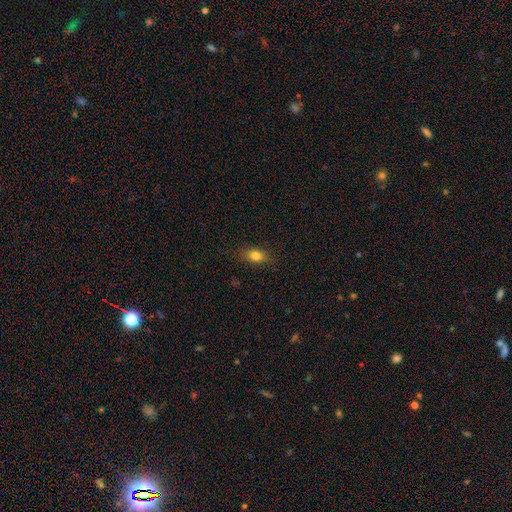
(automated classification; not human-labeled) Smooth or featured: smooth — 80% (star or artifact — 10%)
How rounded: in between — 77% (round — 18%)
Merging: none — 83% (minor disturbance — 13%)